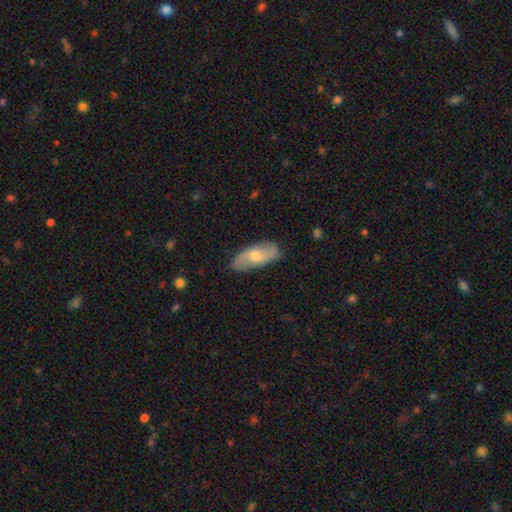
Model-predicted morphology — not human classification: A featured or disk galaxy (48%). Merging: none (81%).